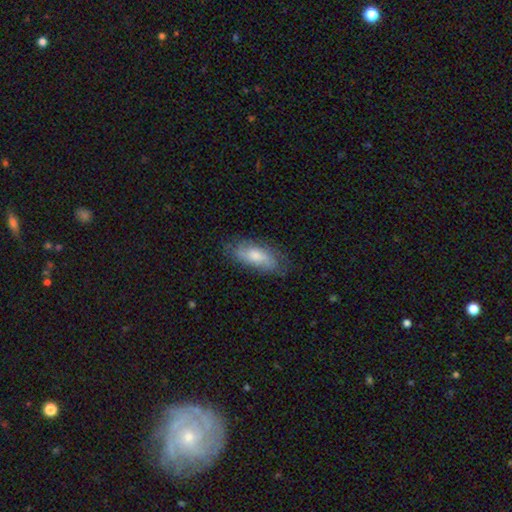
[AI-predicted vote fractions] Smooth or featured: smooth — 59% (featured or disk — 34%)
How rounded: in between — 79% (cigar-shaped — 19%)
Merging: none — 67% (minor disturbance — 24%)